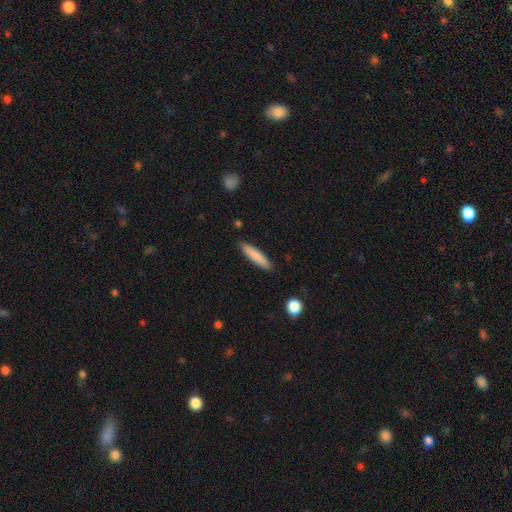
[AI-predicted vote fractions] Smooth or featured?
  - smooth: 82% *
  - featured or disk: 12%
  - star or artifact: 6%
How rounded?
  - cigar-shaped: 85% *
  - in between: 14%
  - round: 1%
Merging?
  - none: 88% *
  - minor disturbance: 9%
  - major disturbance: 2%
  - merger: 2%